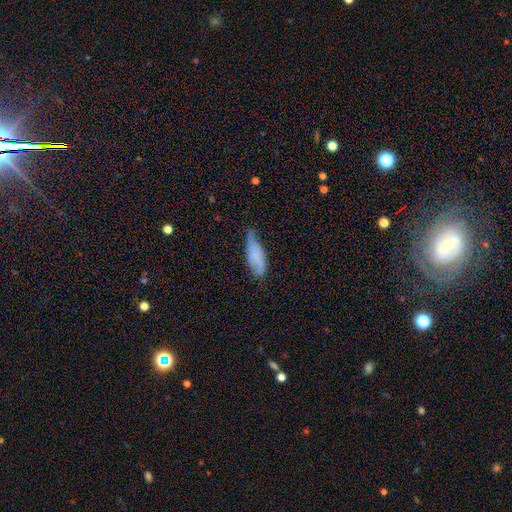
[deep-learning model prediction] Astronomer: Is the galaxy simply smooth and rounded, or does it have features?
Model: smooth — 65%.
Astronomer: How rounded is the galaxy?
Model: in between — 62%.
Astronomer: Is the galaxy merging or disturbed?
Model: none — 45% (runner-up: minor disturbance, 41%).